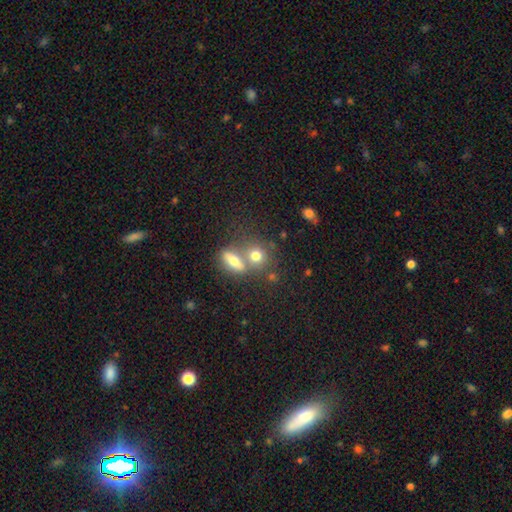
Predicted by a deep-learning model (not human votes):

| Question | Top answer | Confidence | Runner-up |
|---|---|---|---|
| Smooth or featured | smooth | 73% | featured or disk (14%) |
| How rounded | round | 65% | in between (31%) |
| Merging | none | 46% | merger (41%) |